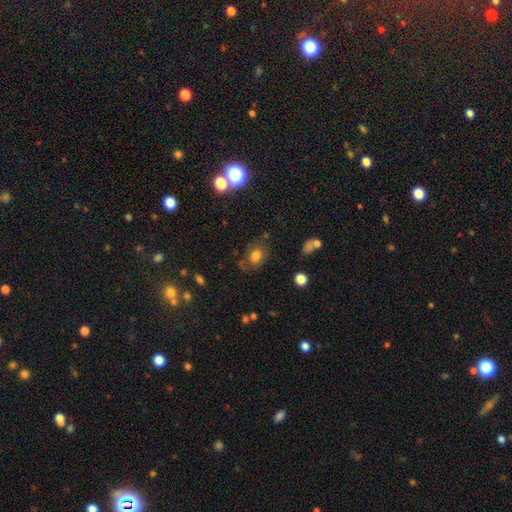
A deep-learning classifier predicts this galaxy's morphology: A smooth galaxy with no disk features (70%) that is in between round and cigar-shaped (61%). Merging: none (70%).